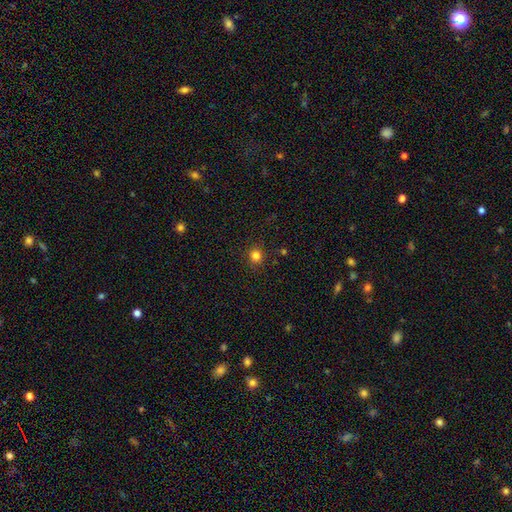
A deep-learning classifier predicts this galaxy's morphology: Smooth or featured? smooth (81%)
How rounded? round (89%)
Merging? none (89%)